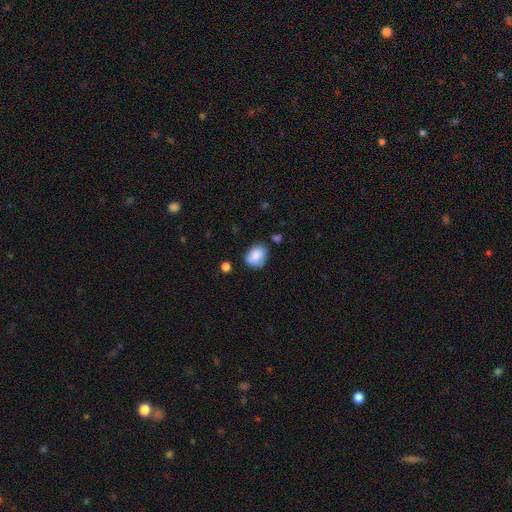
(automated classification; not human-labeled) A smooth galaxy with no disk features (80%) that is in between round and cigar-shaped (59%). Merging: none (63%).